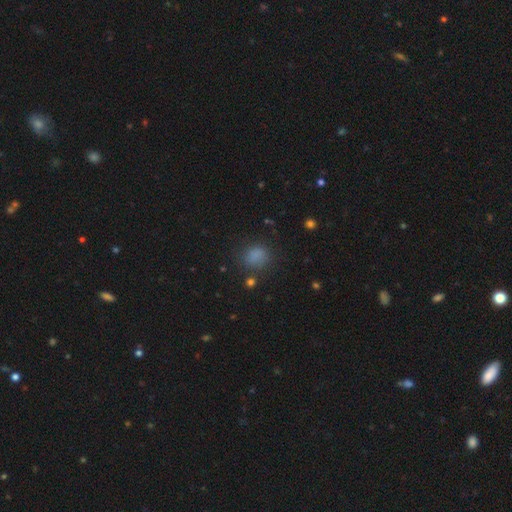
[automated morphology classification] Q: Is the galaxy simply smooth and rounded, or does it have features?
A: smooth — 79%.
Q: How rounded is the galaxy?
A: round — 71%.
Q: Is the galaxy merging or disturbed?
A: none — 74%.